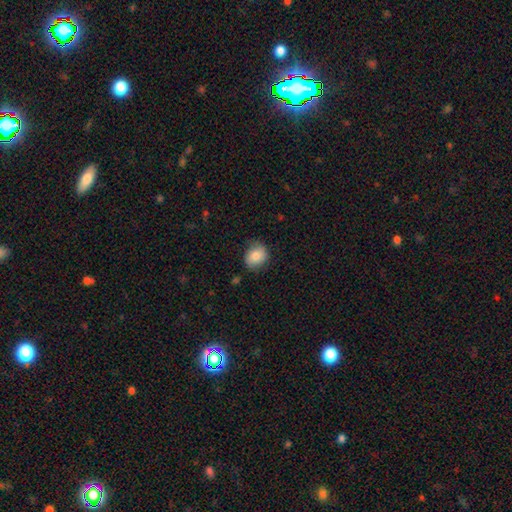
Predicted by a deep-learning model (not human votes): smooth 80%, featured or disk 12%, star or artifact 8%. Down the decision tree: how rounded — round (62%); merging — none (74%).